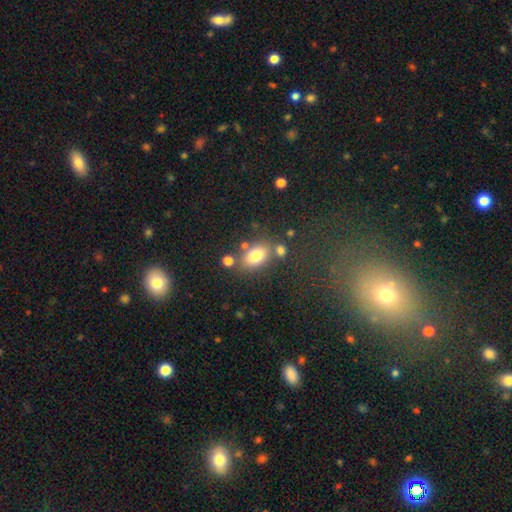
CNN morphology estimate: Overall: smooth (77%). How rounded: in between (80%). Merging: none (68%).